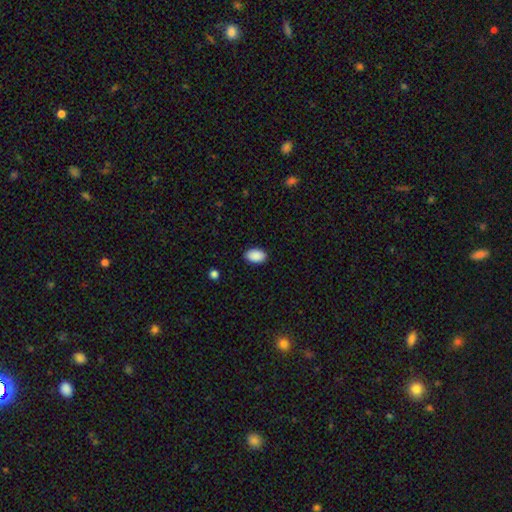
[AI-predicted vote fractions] smooth 90%, star or artifact 7%, featured or disk 3%. Down the decision tree: how rounded — in between (91%); merging — none (89%).